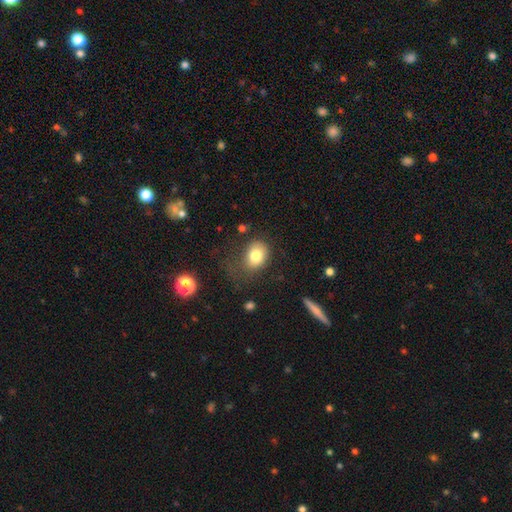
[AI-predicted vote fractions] This appears to be a smooth galaxy with no disk features (79%) that is in between round and cigar-shaped (55%). Merging: none (55%).